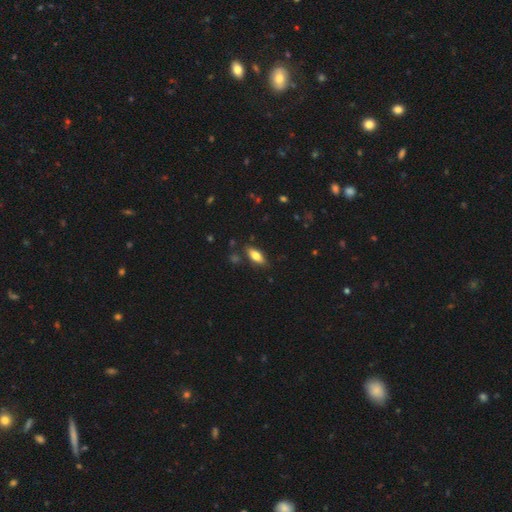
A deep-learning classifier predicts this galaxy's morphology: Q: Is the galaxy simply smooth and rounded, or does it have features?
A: smooth — 76%.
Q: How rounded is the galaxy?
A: in between — 78%.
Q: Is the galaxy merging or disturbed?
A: none — 83%.